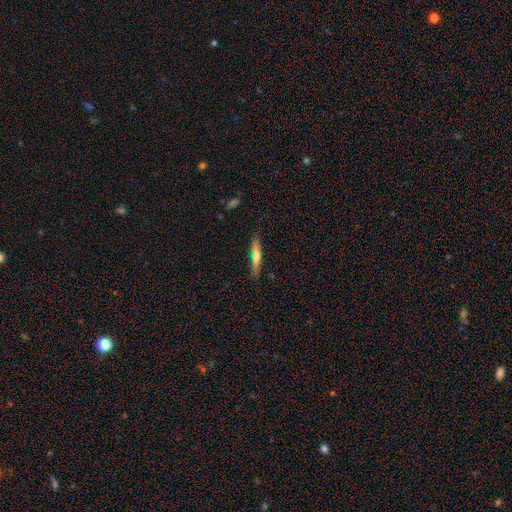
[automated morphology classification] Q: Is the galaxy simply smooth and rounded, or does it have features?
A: smooth — 55%.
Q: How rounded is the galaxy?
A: cigar-shaped — 89%.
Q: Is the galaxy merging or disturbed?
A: none — 85%.